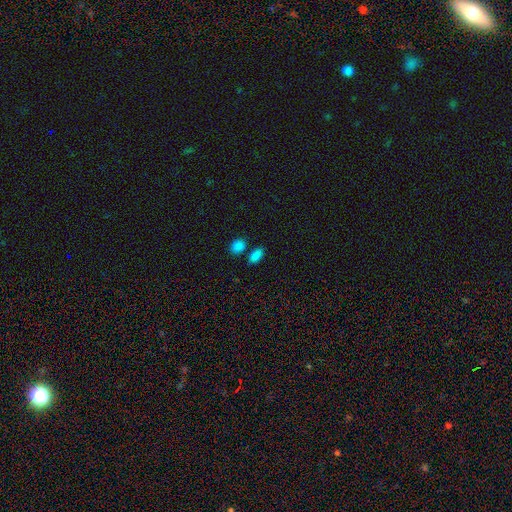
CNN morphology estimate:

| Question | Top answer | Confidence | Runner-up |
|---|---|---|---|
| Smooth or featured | smooth | 85% | star or artifact (11%) |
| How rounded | in between | 90% | round (7%) |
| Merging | none | 72% | merger (14%) |